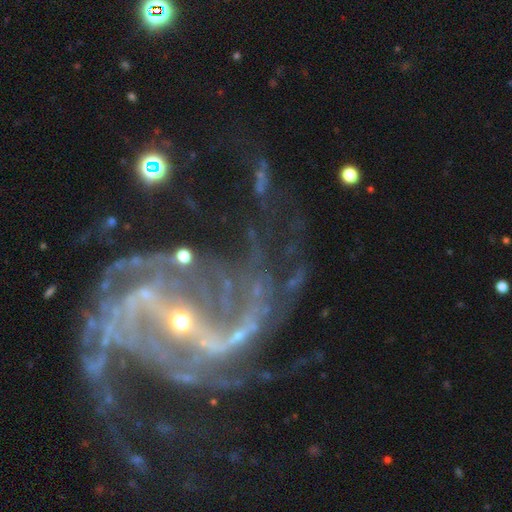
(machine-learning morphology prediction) smooth-or-featured: featured or disk: 92% | star or artifact: 6% | smooth: 2%
  disk-edge-on: no: 98% | yes: 2%
    bar: strong: 58% | weak: 27% | no: 15%
    has-spiral-arms: yes: 98% | no: 2%
      spiral-winding: medium: 47% | loose: 31% | tight: 21%
      spiral-arm-count: 2: 46% | 3: 14% | can't tell: 12% | 4: 11% | more than 4: 9% | 1: 8%
    bulge-size: small: 81% | moderate: 15% | none: 2% | large: 1% | dominant: 1%
  merging: none: 50% | major disturbance: 28% | minor disturbance: 18% | merger: 5%